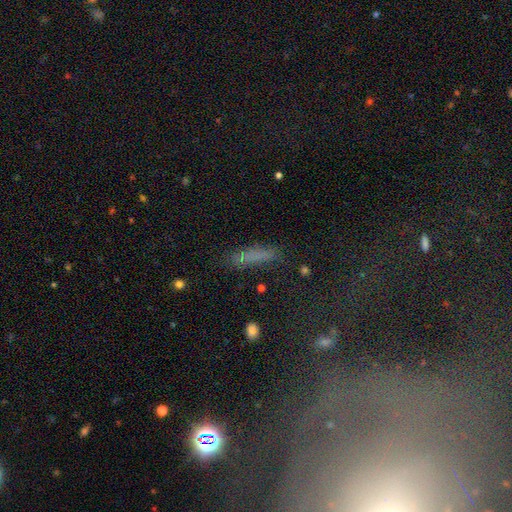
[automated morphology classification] smooth-or-featured: smooth: 71% | star or artifact: 15% | featured or disk: 14%
  how-rounded: cigar-shaped: 81% | in between: 16% | round: 2%
  merging: none: 75% | minor disturbance: 17% | major disturbance: 6% | merger: 3%